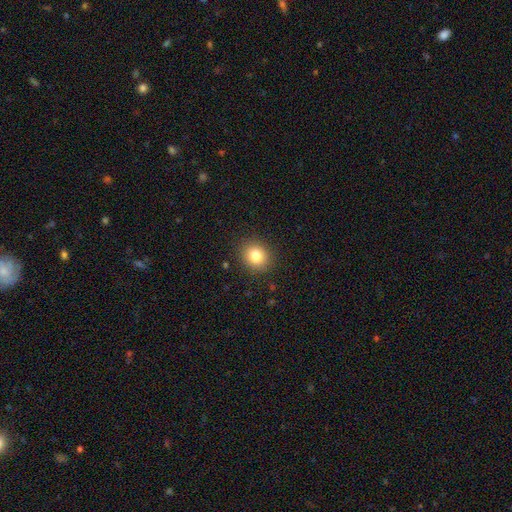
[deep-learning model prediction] A smooth galaxy with no disk features (81%) that is round (77%). Merging: none (89%).